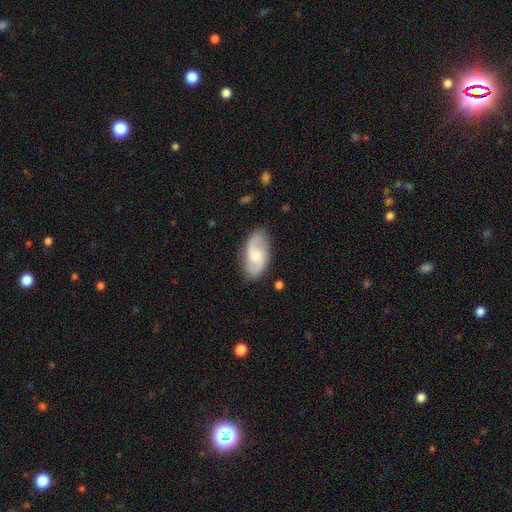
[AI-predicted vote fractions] Smooth or featured?
  - featured or disk: 66% *
  - smooth: 29%
  - star or artifact: 6%
Edge-on disk?
  - no: 95% *
  - yes: 5%
Bar?
  - no: 51% *
  - weak: 42%
  - strong: 7%
Spiral arms?
  - yes: 92% *
  - no: 8%
Spiral winding?
  - loose: 46% *
  - medium: 40%
  - tight: 14%
Spiral arm count?
  - 2: 88% *
  - can't tell: 7%
  - 1: 2%
  - 3: 1%
  - 4: 1%
  - more than 4: 1%
Bulge size?
  - moderate: 47% *
  - small: 41%
  - none: 6%
  - large: 5%
  - dominant: 1%
Merging?
  - none: 80% *
  - minor disturbance: 15%
  - major disturbance: 4%
  - merger: 1%